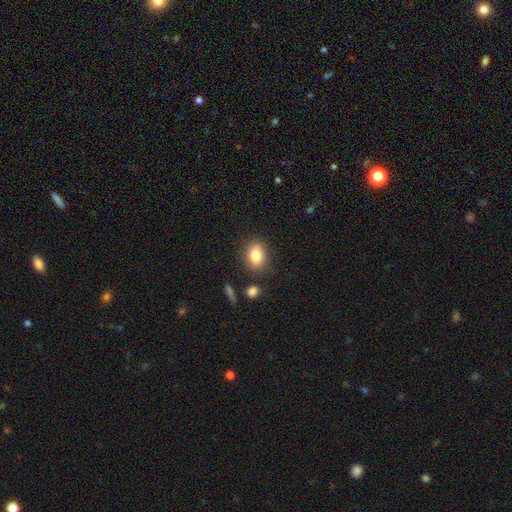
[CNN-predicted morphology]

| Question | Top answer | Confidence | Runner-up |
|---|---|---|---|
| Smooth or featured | smooth | 83% | star or artifact (9%) |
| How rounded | in between | 68% | round (31%) |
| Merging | none | 82% | minor disturbance (12%) |